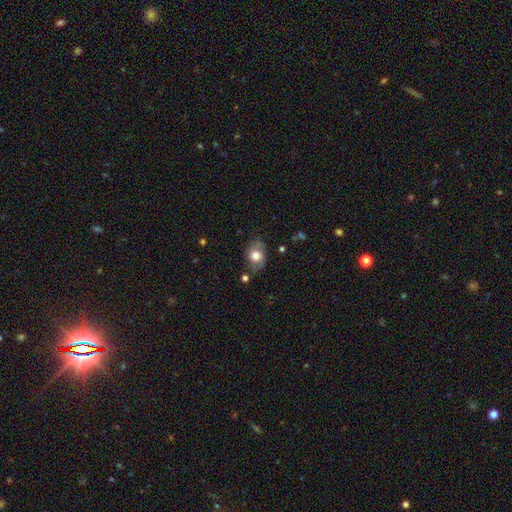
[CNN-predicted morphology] The model was most divided on "how rounded": in between: 68%, round: 30%, cigar-shaped: 1%. More confident: smooth or featured — smooth (74%); merging — none (72%).